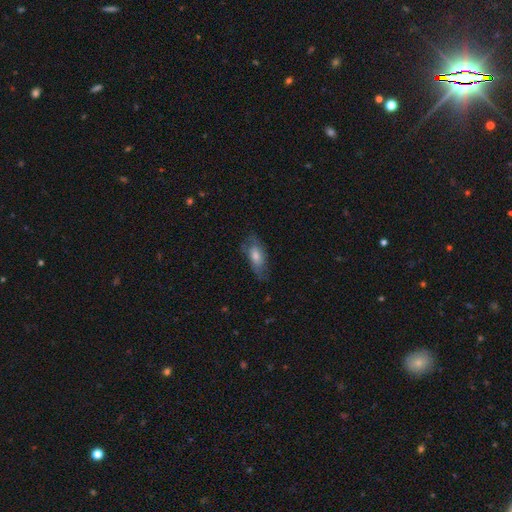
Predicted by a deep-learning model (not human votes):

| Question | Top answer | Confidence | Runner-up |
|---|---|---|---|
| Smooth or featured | featured or disk | 48% | smooth (43%) |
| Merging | none | 69% | minor disturbance (21%) |